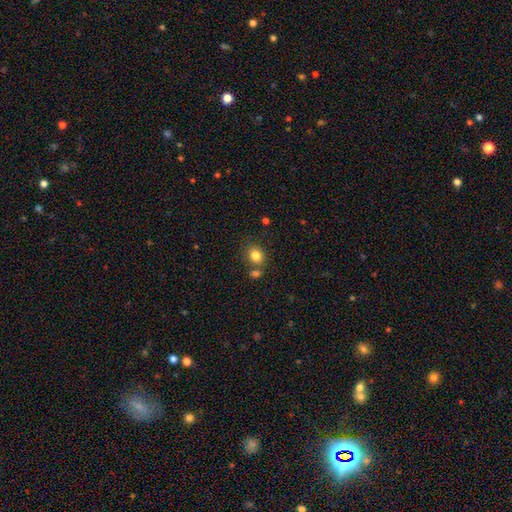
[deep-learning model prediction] Morphology: type=smooth (83%); roundness=round (61%); merging=none (68%).